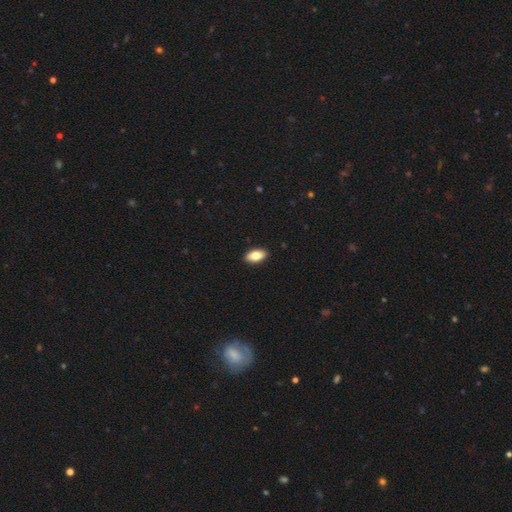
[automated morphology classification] smooth 81%, featured or disk 12%, star or artifact 7%. Down the decision tree: how rounded — in between (92%); merging — none (91%).